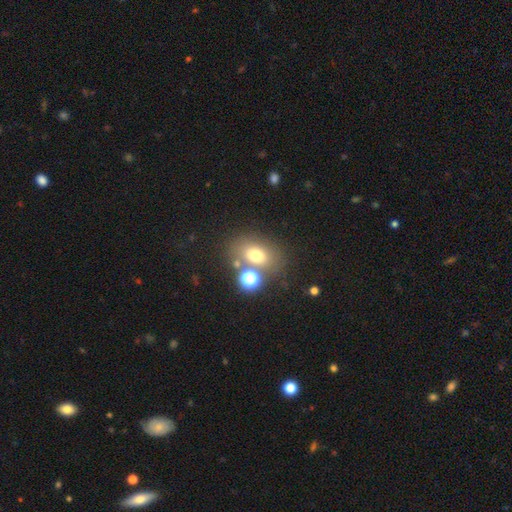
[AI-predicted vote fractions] Smooth or featured? smooth (68%)
How rounded? in between (62%)
Merging? none (64%)